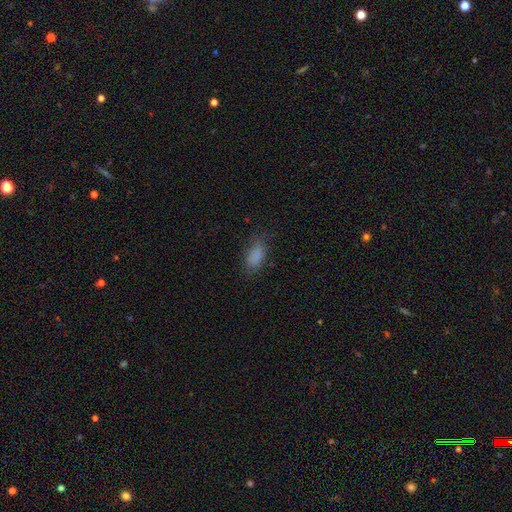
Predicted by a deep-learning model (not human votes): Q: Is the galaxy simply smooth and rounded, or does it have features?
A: smooth — 84%.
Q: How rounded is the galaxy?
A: in between — 89%.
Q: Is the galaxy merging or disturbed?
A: none — 72%.